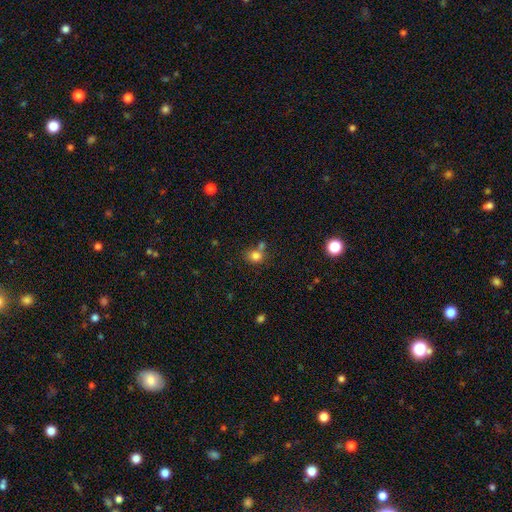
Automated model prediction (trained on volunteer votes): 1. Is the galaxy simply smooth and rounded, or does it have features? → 80% smooth, 12% star or artifact, 8% featured or disk.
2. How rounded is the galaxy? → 61% round, 38% in between, 1% cigar-shaped.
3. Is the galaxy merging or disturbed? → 54% none, 27% merger, 14% minor disturbance, 5% major disturbance.